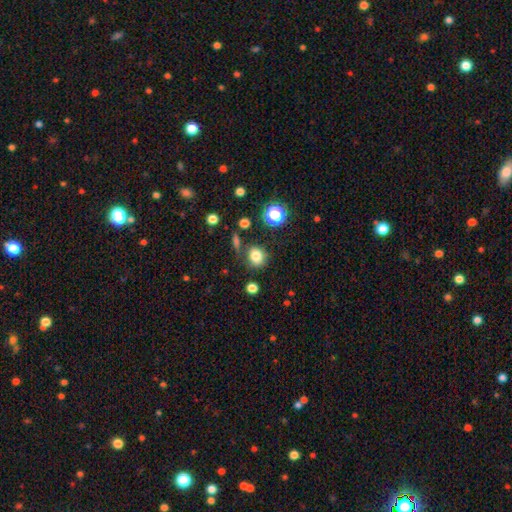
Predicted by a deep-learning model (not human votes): A smooth galaxy with no disk features (80%) that is round (77%).

Vote fractions:
- Smooth or featured? smooth: 80% / star or artifact: 14% / featured or disk: 7%
- How rounded? round: 77% / in between: 22% / cigar-shaped: 1%
- Merging? none: 76% / minor disturbance: 13% / merger: 6% / major disturbance: 4%